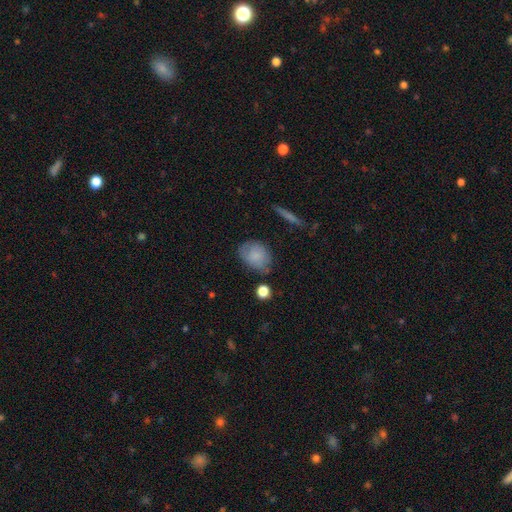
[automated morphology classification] smooth-or-featured: smooth: 77% | featured or disk: 16% | star or artifact: 8%
  how-rounded: in between: 65% | round: 33% | cigar-shaped: 2%
  merging: none: 67% | minor disturbance: 23% | major disturbance: 6% | merger: 4%